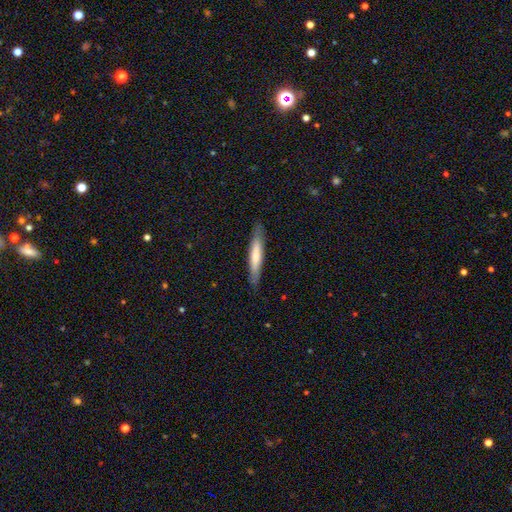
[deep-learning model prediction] The model was most divided on "smooth or featured": smooth: 65%, featured or disk: 29%, star or artifact: 5%. More confident: how rounded — cigar-shaped (90%); merging — none (86%).